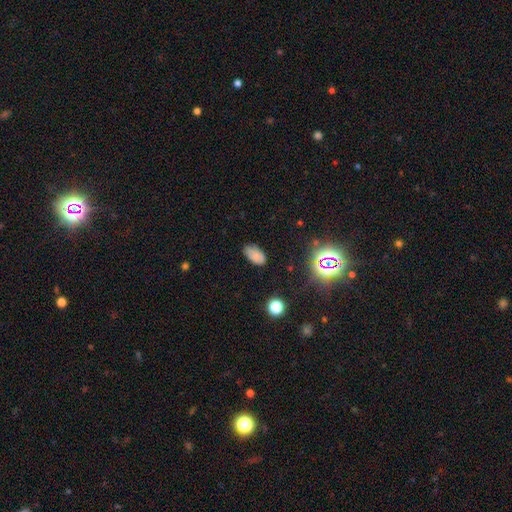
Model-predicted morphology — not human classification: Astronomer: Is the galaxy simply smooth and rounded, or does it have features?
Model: smooth — 78%.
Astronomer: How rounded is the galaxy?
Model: in between — 94%.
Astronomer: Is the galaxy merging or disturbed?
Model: none — 78%.